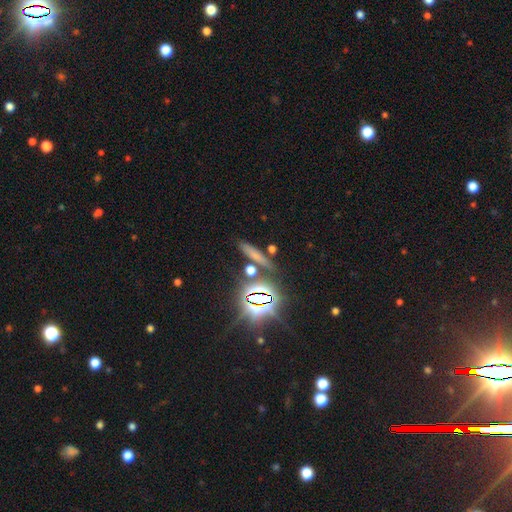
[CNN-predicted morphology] Overall: smooth (52%; star or artifact 33%). How rounded: cigar-shaped (78%). Merging: none (81%).